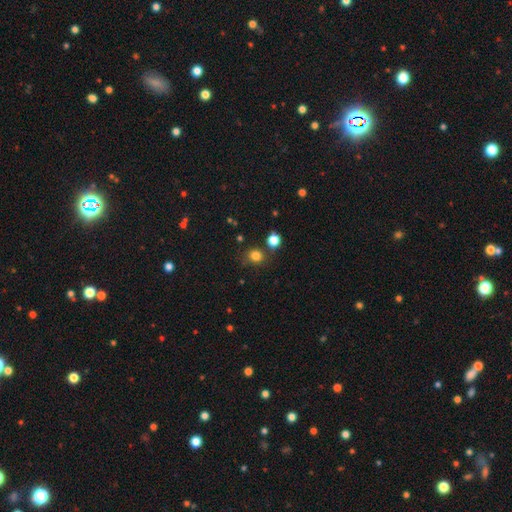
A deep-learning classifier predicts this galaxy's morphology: Smooth or featured? smooth (80%)
How rounded? round (78%)
Merging? none (76%)